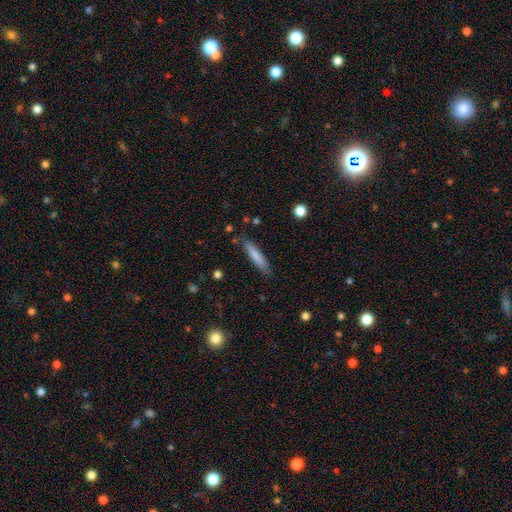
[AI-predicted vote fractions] A smooth galaxy with no disk features (77%) that is cigar-shaped (88%). Merging: none (84%).